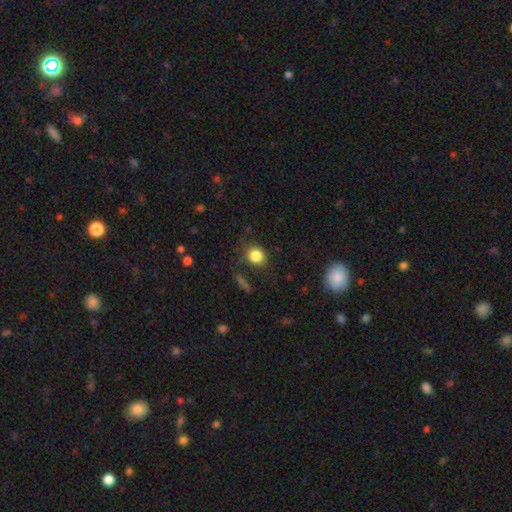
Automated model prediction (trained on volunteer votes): Smooth or featured? smooth (84%)
How rounded? round (78%)
Merging? none (80%)